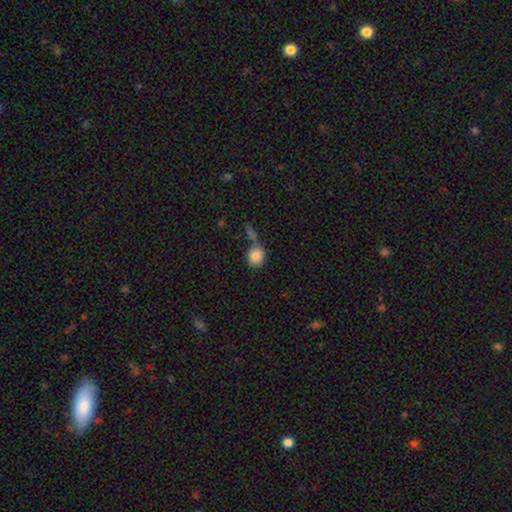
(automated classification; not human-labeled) Smooth or featured? Predicted: smooth (p=0.85). How rounded? Predicted: round (p=0.68). Merging? Predicted: none (p=0.44).